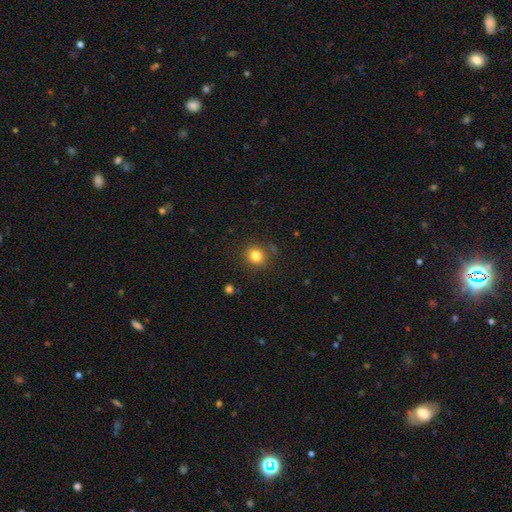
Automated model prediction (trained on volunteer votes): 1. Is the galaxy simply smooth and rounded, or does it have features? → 82% smooth, 12% star or artifact, 6% featured or disk.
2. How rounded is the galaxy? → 84% round, 15% in between, 1% cigar-shaped.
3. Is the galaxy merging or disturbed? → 85% none, 9% minor disturbance, 3% merger, 3% major disturbance.